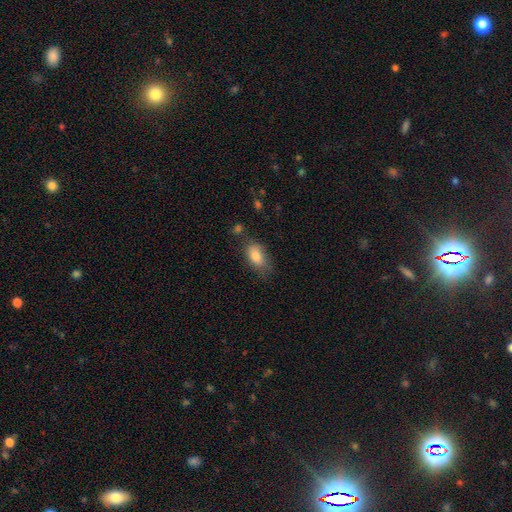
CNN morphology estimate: smooth 83%, featured or disk 10%, star or artifact 8%. Down the decision tree: how rounded — in between (89%); merging — none (63%).